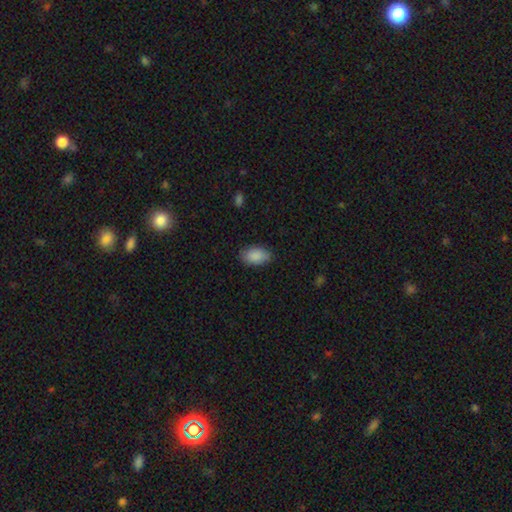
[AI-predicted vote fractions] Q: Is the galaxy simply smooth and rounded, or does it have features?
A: smooth — 89%.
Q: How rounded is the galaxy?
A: in between — 93%.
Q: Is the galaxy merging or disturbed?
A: none — 83%.